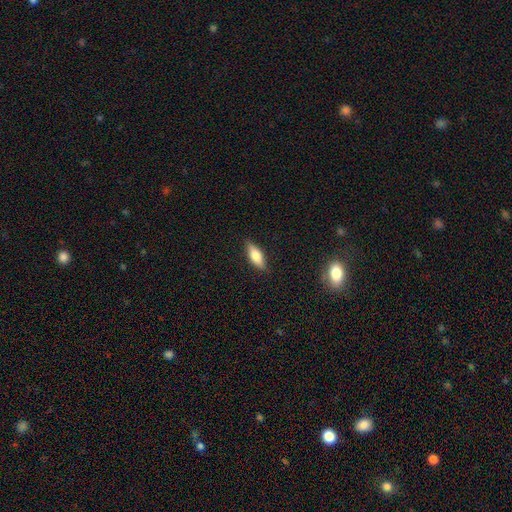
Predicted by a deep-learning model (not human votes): A smooth galaxy with no disk features (71%) that is in between round and cigar-shaped (69%).

Vote fractions:
- Smooth or featured? smooth: 71% / featured or disk: 22% / star or artifact: 7%
- How rounded? in between: 69% / cigar-shaped: 28% / round: 3%
- Merging? none: 86% / minor disturbance: 11% / major disturbance: 2% / merger: 1%